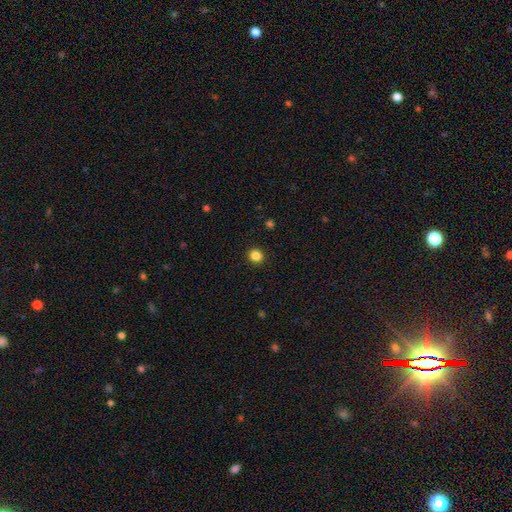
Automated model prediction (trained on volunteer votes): This appears to be a smooth galaxy with no disk features (85%) that is round (90%). Merging: none (93%).